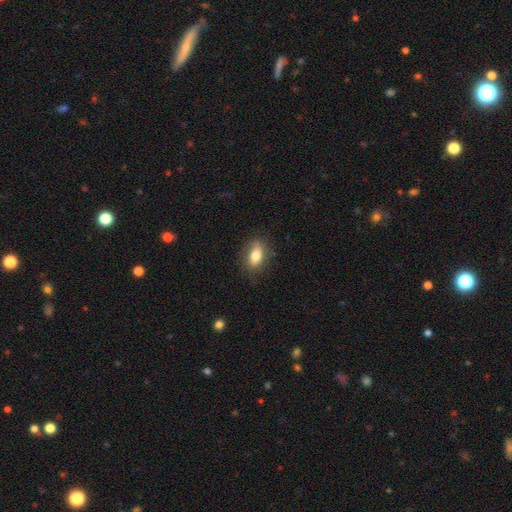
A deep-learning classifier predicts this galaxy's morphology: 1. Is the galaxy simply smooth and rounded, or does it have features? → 77% smooth, 15% featured or disk, 8% star or artifact.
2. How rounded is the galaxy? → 84% in between, 9% round, 7% cigar-shaped.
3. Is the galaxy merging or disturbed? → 81% none, 14% minor disturbance, 4% major disturbance, 1% merger.